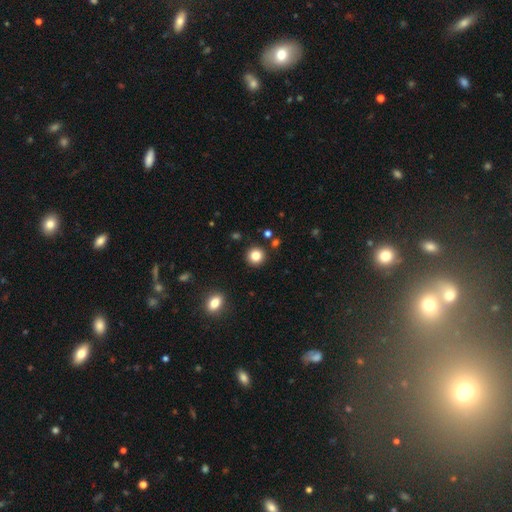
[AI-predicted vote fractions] Smooth or featured? smooth (83%)
How rounded? round (93%)
Merging? none (91%)